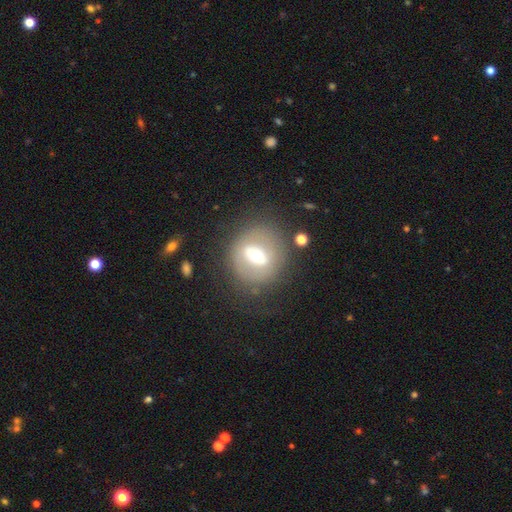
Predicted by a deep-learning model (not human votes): The model was most divided on "bar": weak: 38%, strong: 34%, no: 27%. More confident: edge-on disk — no (93%); spiral arms — no (73%); merging — none (73%); bulge size — moderate (57%); smooth or featured — featured or disk (56%).